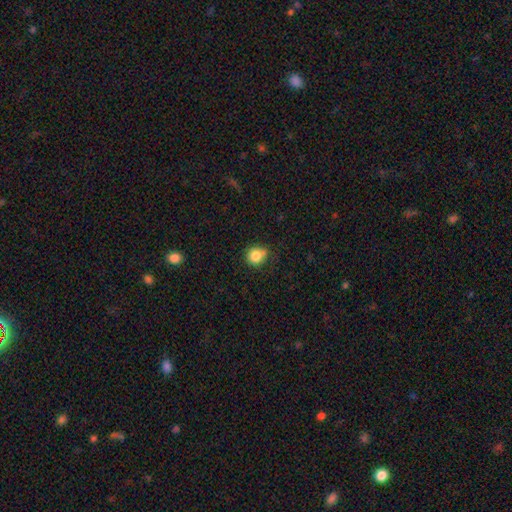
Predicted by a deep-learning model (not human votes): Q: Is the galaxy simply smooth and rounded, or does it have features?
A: smooth — 84%.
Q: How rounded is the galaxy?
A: round — 82%.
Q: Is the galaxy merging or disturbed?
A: none — 66%.